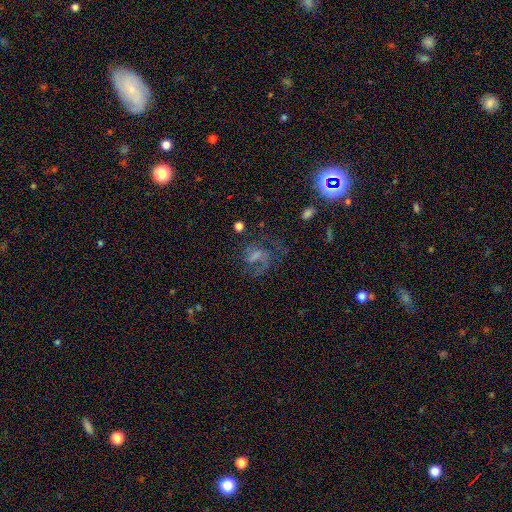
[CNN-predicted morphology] Smooth or featured?
  - featured or disk: 54% *
  - smooth: 25%
  - star or artifact: 21%
Edge-on disk?
  - no: 97% *
  - yes: 3%
Bar?
  - no: 46% *
  - weak: 39%
  - strong: 16%
Spiral arms?
  - yes: 74% *
  - no: 26%
Bulge size?
  - none: 50% *
  - small: 21%
  - moderate: 19%
  - large: 8%
  - dominant: 2%
Merging?
  - none: 44% *
  - major disturbance: 34%
  - minor disturbance: 18%
  - merger: 4%